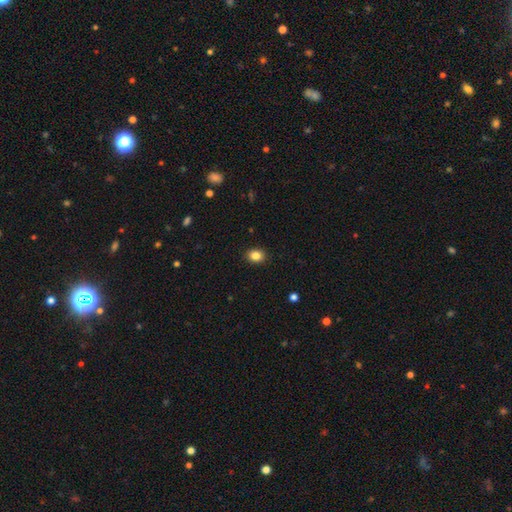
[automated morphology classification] smooth 85%, star or artifact 10%, featured or disk 5%. Down the decision tree: how rounded — in between (50%); merging — none (90%).